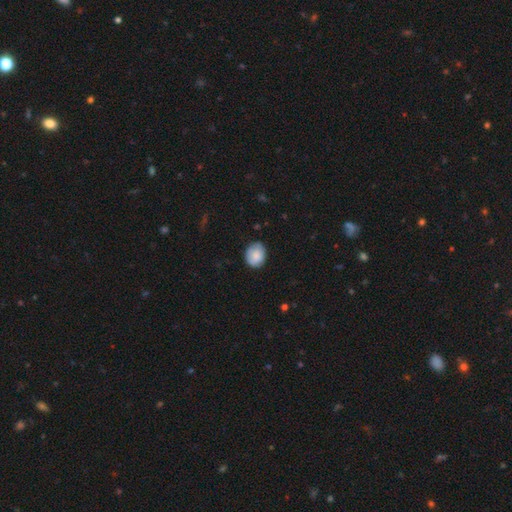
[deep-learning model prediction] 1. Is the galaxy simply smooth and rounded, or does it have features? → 83% smooth, 10% featured or disk, 7% star or artifact.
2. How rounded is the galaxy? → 50% round, 49% in between, 1% cigar-shaped.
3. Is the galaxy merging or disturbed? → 73% none, 22% minor disturbance, 4% major disturbance, 1% merger.